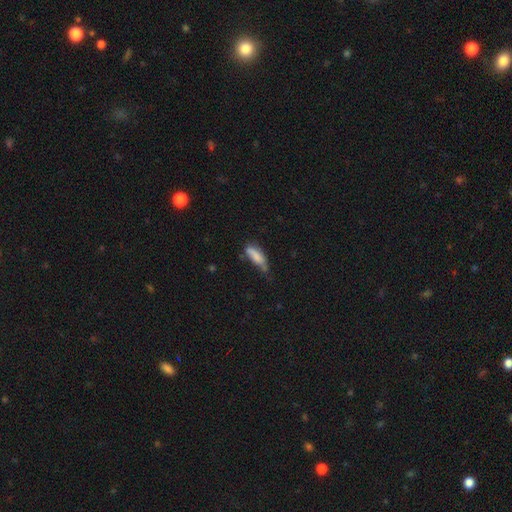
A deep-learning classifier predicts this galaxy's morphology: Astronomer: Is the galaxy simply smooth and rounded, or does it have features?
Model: smooth — 78%.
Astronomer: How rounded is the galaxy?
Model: in between — 54% (runner-up: cigar-shaped, 44%).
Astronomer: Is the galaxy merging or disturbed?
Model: minor disturbance — 43% (runner-up: none, 34%).